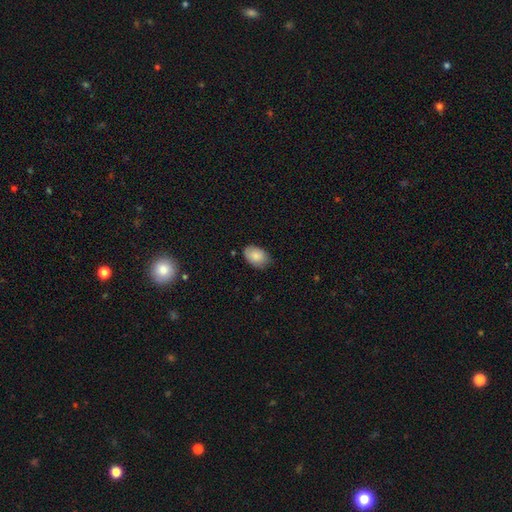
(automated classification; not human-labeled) A smooth galaxy with no disk features (86%) that is in between round and cigar-shaped (87%). Merging: none (73%).